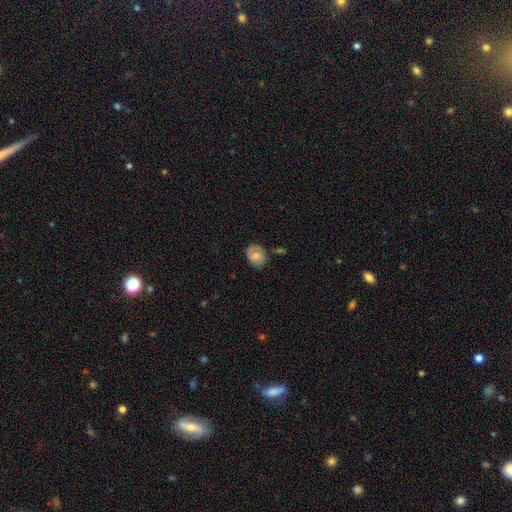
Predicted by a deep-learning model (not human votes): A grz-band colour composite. It shows a featured or disk galaxy (49%). Merging: none (71%).